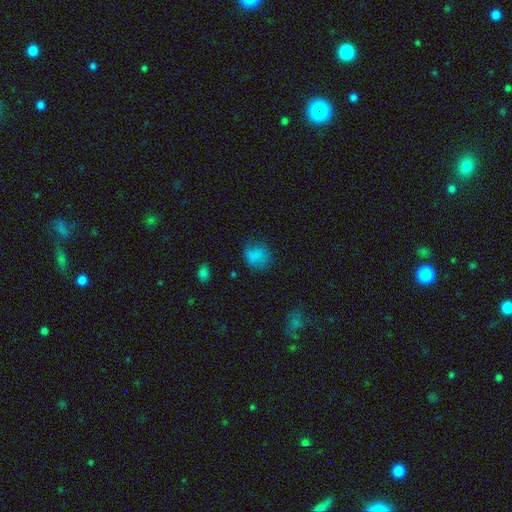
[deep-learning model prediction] A smooth galaxy with no disk features (80%) that is round (68%). Merging: none (67%).